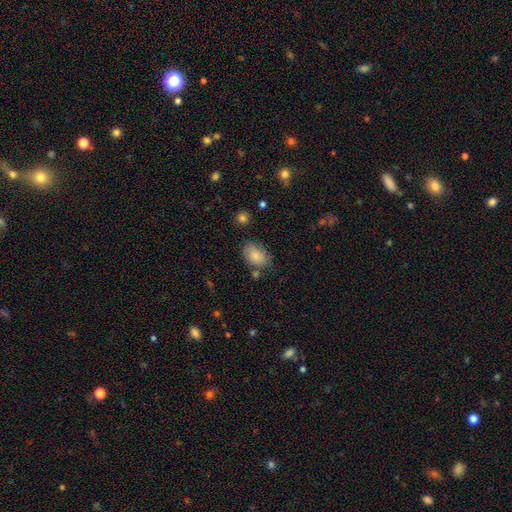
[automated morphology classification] Smooth or featured? smooth (82%)
How rounded? in between (89%)
Merging? none (70%)